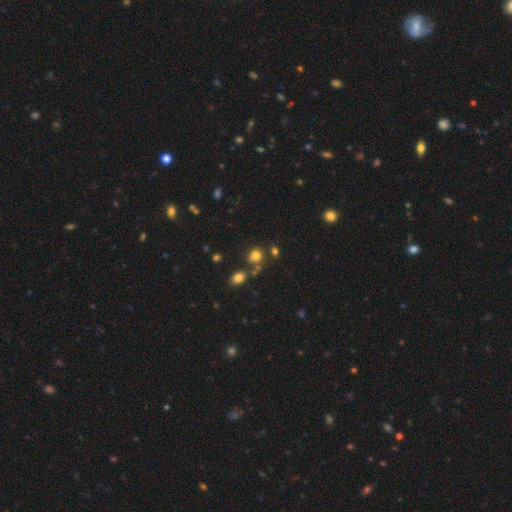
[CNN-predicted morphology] Smooth or featured? Predicted: smooth (p=0.76). How rounded? Predicted: round (p=0.66). Merging? Predicted: none (p=0.64).